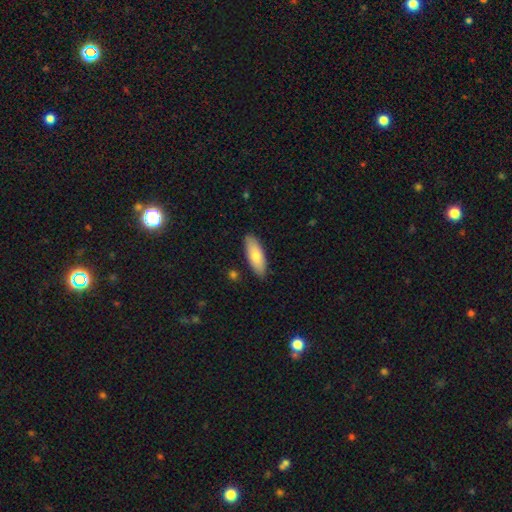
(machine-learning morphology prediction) Q: Smooth or featured?
A: smooth (76%); runner-up: featured or disk (18%)
Q: How rounded?
A: in between (68%); runner-up: cigar-shaped (30%)
Q: Merging?
A: none (87%); runner-up: minor disturbance (10%)